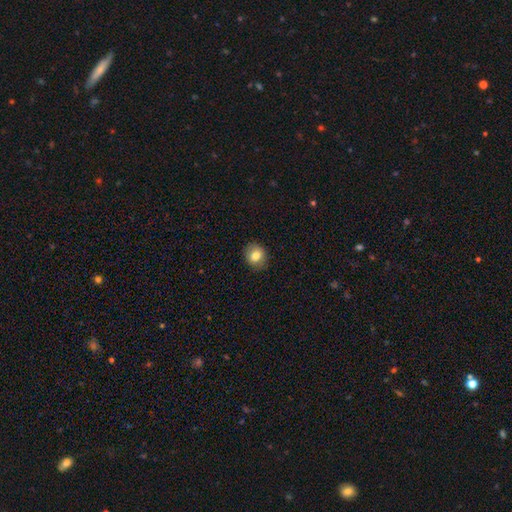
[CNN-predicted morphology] A smooth galaxy with no disk features (80%) that is round (70%).

Vote fractions:
- Smooth or featured? smooth: 80% / featured or disk: 11% / star or artifact: 9%
- How rounded? round: 70% / in between: 29% / cigar-shaped: 1%
- Merging? none: 85% / minor disturbance: 11% / major disturbance: 3% / merger: 1%